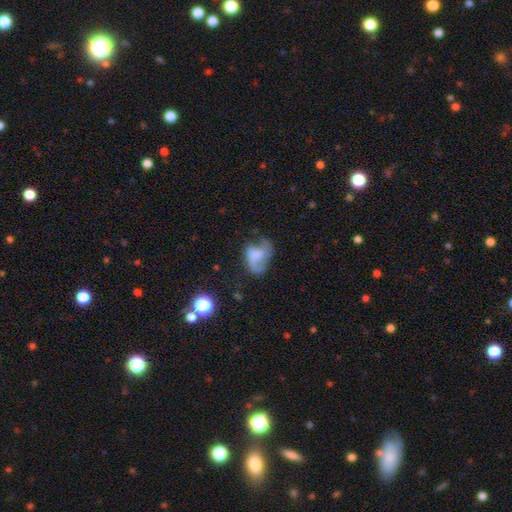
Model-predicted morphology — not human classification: A smooth galaxy with no disk features (45%). Merging: major disturbance (39%).